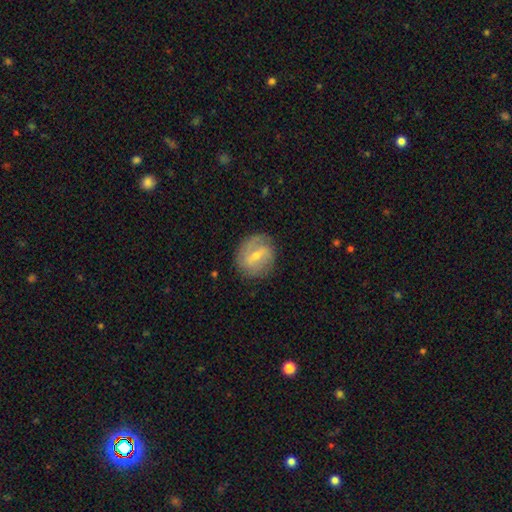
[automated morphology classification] Smooth or featured?
  - featured or disk: 68% *
  - smooth: 25%
  - star or artifact: 7%
Edge-on disk?
  - no: 95% *
  - yes: 5%
Bar?
  - weak: 49% *
  - strong: 37%
  - no: 14%
Spiral arms?
  - yes: 80% *
  - no: 20%
Spiral winding?
  - medium: 39% *
  - tight: 38%
  - loose: 23%
Spiral arm count?
  - 2: 63% *
  - can't tell: 20%
  - 1: 9%
  - 3: 5%
  - 4: 2%
  - more than 4: 1%
Bulge size?
  - small: 56% *
  - moderate: 39%
  - none: 3%
  - large: 2%
  - dominant: 1%
Merging?
  - none: 78% *
  - minor disturbance: 15%
  - major disturbance: 6%
  - merger: 1%